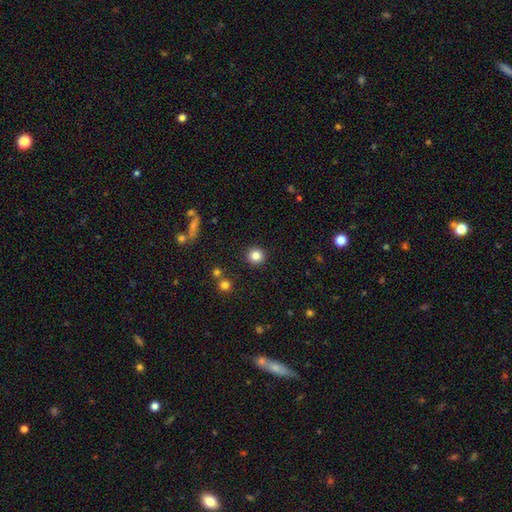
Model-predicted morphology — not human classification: Smooth or featured? smooth (84%)
How rounded? round (93%)
Merging? none (92%)